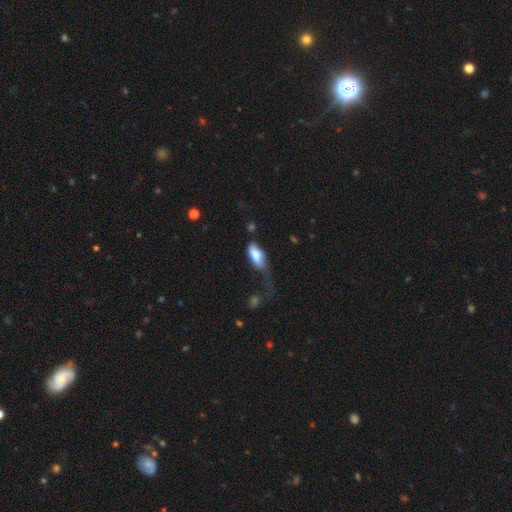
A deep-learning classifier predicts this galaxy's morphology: smooth 73%, featured or disk 21%, star or artifact 7%. Down the decision tree: how rounded — in between (88%); merging — major disturbance (42%).